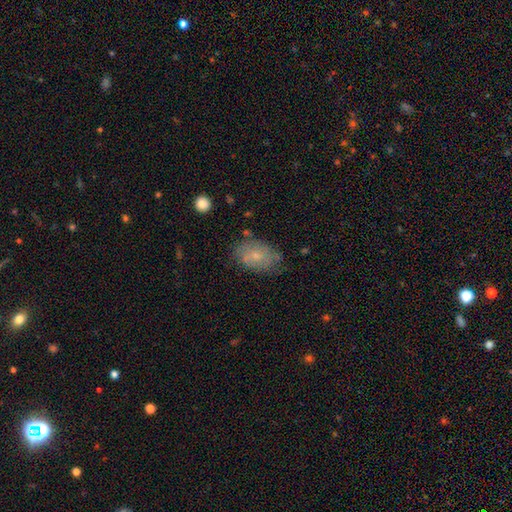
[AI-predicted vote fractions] This is likely a smooth galaxy (62%). How rounded: clearly in between (86%). Merging: likely none (67%).